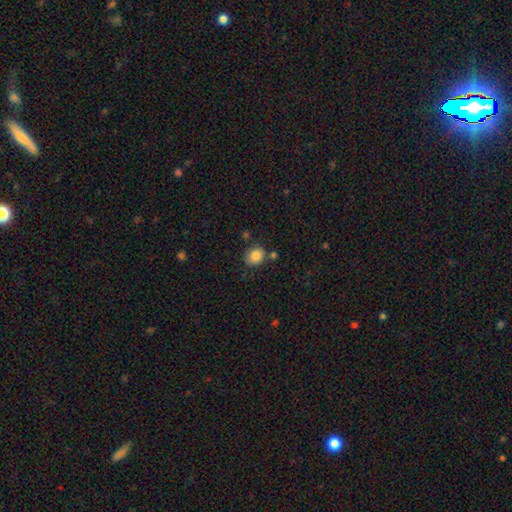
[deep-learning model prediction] Overall: smooth (86%). How rounded: round (63%; in between 36%). Merging: none (73%).